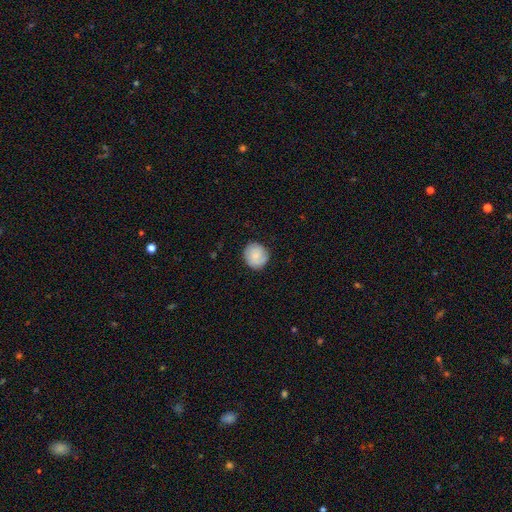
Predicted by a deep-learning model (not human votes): Smooth or featured? Predicted: smooth (p=0.71). How rounded? Predicted: round (p=0.85). Merging? Predicted: none (p=0.82).